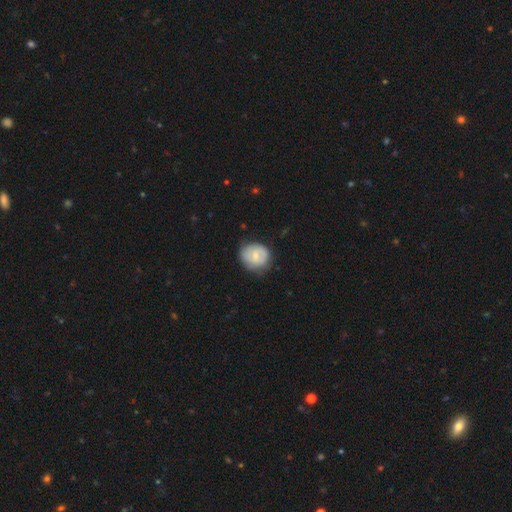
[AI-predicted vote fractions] smooth_or_featured: smooth (p=0.62) [alt: featured or disk p=0.32]
how_rounded: round (p=0.74) [alt: in between p=0.25]
merging: none (p=0.70) [alt: minor disturbance p=0.24]